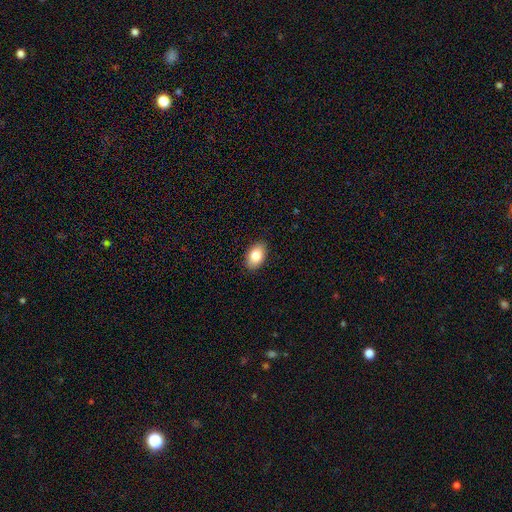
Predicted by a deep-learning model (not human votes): Q: Smooth or featured?
A: smooth (84%); runner-up: featured or disk (9%)
Q: How rounded?
A: in between (87%); runner-up: round (12%)
Q: Merging?
A: none (88%); runner-up: minor disturbance (9%)